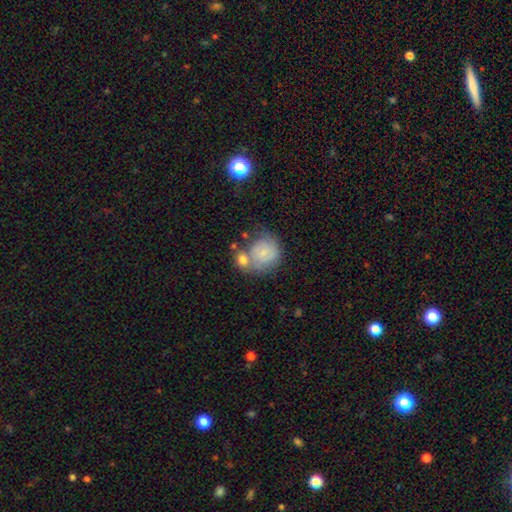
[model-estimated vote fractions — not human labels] Smooth or featured: smooth — 63% (featured or disk — 22%)
How rounded: round — 82% (in between — 17%)
Merging: none — 50% (merger — 24%)